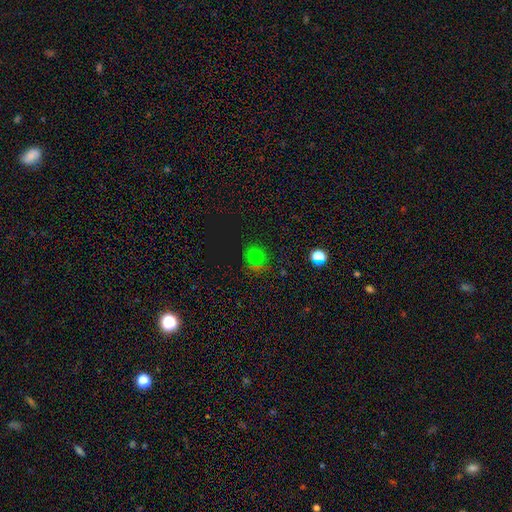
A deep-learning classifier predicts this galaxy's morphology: Smooth or featured?
  - smooth: 60% *
  - star or artifact: 32%
  - featured or disk: 8%
How rounded?
  - round: 81% *
  - in between: 18%
  - cigar-shaped: 1%
Merging?
  - none: 72% *
  - minor disturbance: 16%
  - major disturbance: 7%
  - merger: 6%